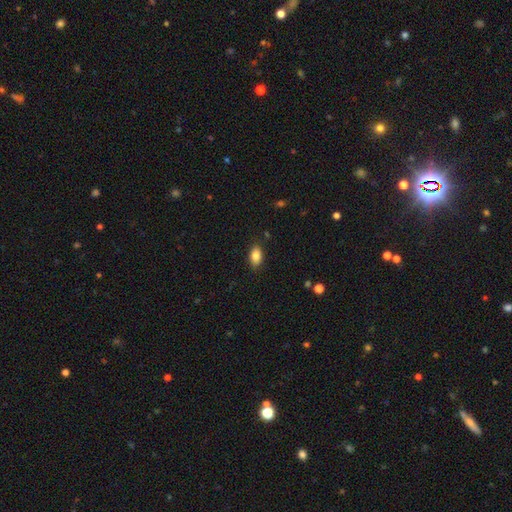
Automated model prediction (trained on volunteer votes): smooth_or_featured: smooth (p=0.85) [alt: star or artifact p=0.08]
how_rounded: in between (p=0.89) [alt: round p=0.08]
merging: none (p=0.85) [alt: minor disturbance p=0.11]